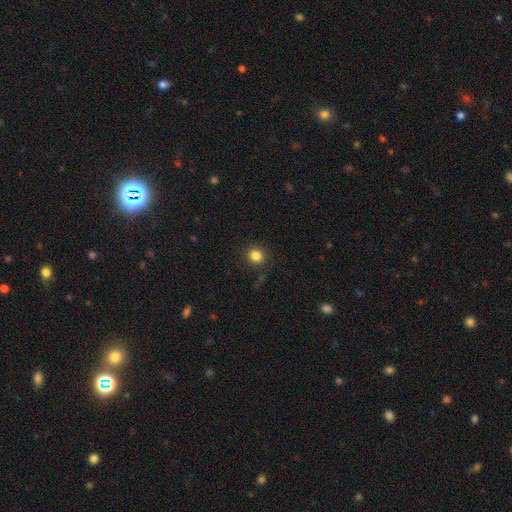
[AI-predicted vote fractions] A smooth galaxy with no disk features (84%) that is round (81%).

Vote fractions:
- Smooth or featured? smooth: 84% / star or artifact: 11% / featured or disk: 4%
- How rounded? round: 81% / in between: 18% / cigar-shaped: 1%
- Merging? none: 90% / minor disturbance: 7% / major disturbance: 2% / merger: 1%